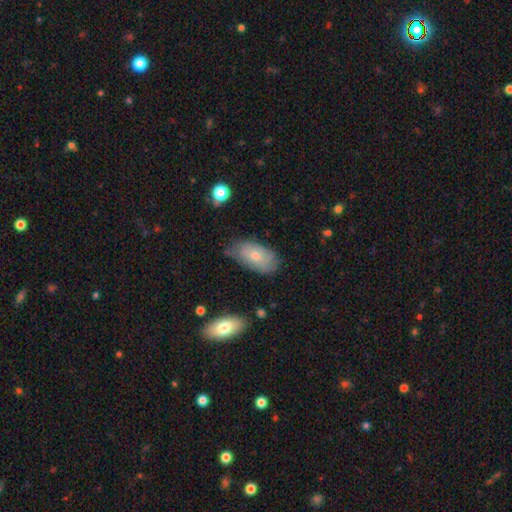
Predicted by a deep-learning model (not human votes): smooth 61%, featured or disk 32%, star or artifact 7%. Down the decision tree: how rounded — in between (93%); merging — none (59%).